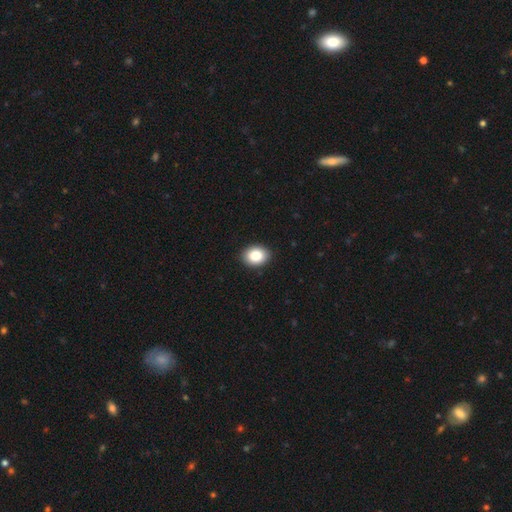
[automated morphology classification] Q: Smooth or featured?
A: smooth (86%); runner-up: star or artifact (8%)
Q: How rounded?
A: in between (65%); runner-up: round (34%)
Q: Merging?
A: none (91%); runner-up: minor disturbance (7%)